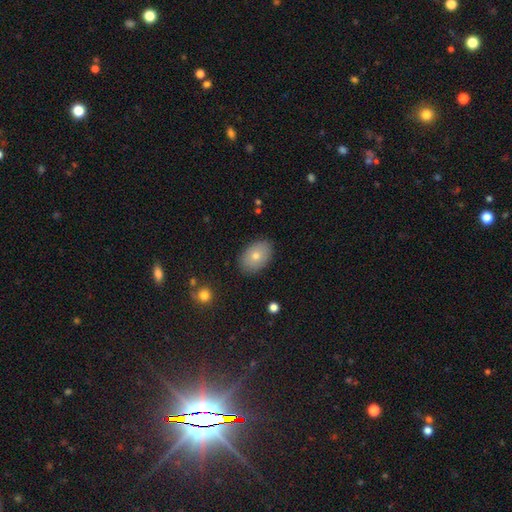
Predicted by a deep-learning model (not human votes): Overall: smooth (72%). How rounded: in between (86%). Merging: none (88%).